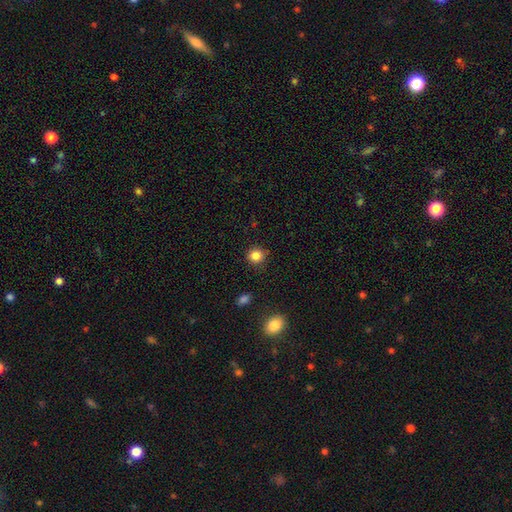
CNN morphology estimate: This appears to be a smooth galaxy with no disk features (85%) that is round (89%). Merging: none (87%).